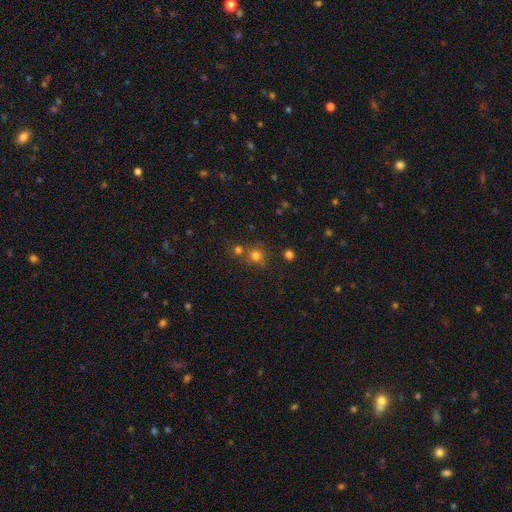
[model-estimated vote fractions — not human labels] Overall: smooth (74%). How rounded: round (89%). Merging: none (62%; merger 26%).